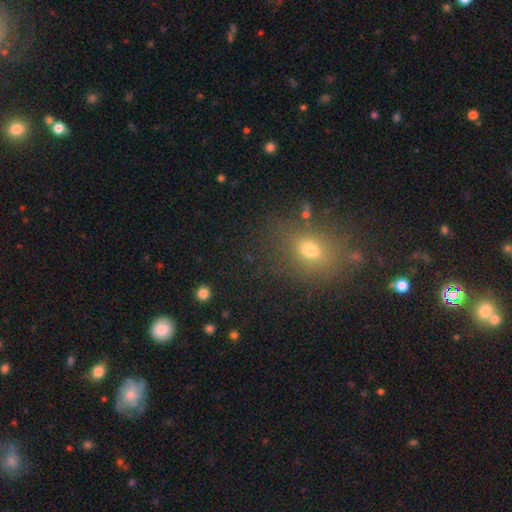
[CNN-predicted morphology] Smooth or featured? smooth (55%)
How rounded? round (60%)
Merging? none (83%)